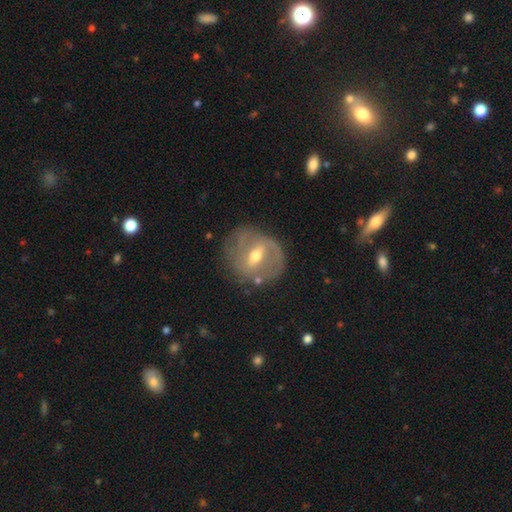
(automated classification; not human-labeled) smooth-or-featured: featured or disk: 73% | smooth: 21% | star or artifact: 7%
  disk-edge-on: no: 94% | yes: 6%
    bar: weak: 48% | strong: 36% | no: 16%
    has-spiral-arms: yes: 66% | no: 34%
    bulge-size: moderate: 70% | small: 23% | large: 5% | none: 1% | dominant: 1%
  merging: none: 66% | minor disturbance: 21% | major disturbance: 10% | merger: 3%